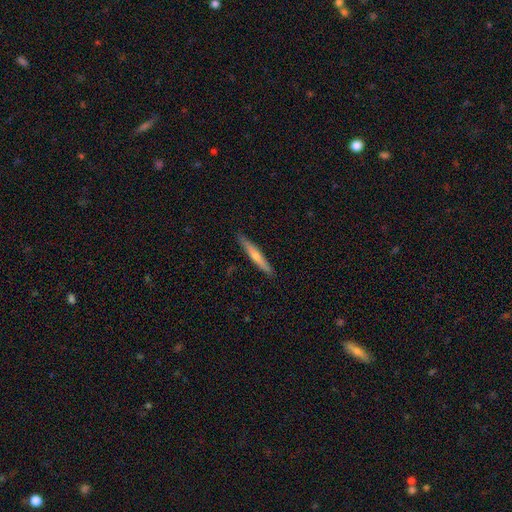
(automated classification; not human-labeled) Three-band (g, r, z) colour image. It shows a smooth galaxy with no disk features (50%). Merging: none (90%).